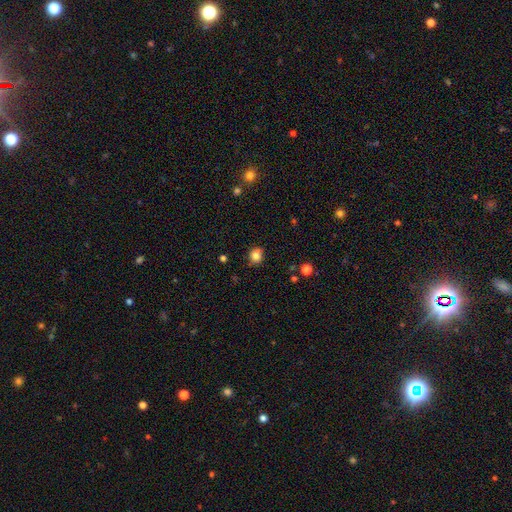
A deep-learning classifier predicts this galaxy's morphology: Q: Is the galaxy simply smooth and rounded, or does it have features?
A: smooth — 82%.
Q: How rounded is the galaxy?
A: round — 79%.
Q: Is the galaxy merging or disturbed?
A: none — 79%.